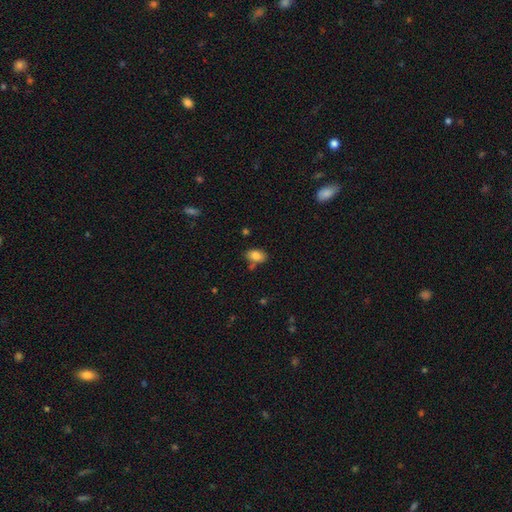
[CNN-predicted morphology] smooth_or_featured: smooth (p=0.83) [alt: star or artifact p=0.09]
how_rounded: in between (p=0.89) [alt: round p=0.09]
merging: none (p=0.70) [alt: minor disturbance p=0.16]